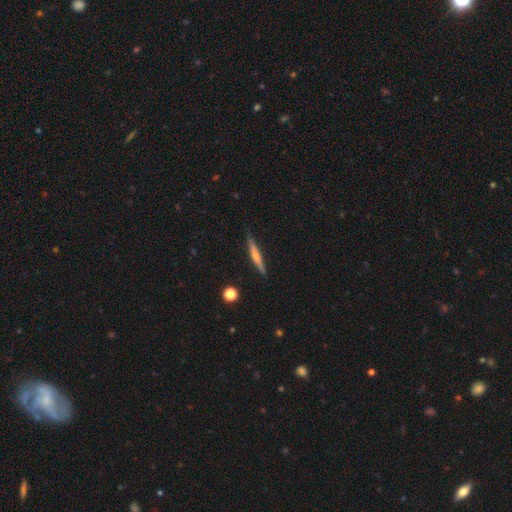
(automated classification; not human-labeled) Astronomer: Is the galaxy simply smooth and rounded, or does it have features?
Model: featured or disk — 51% (runner-up: smooth, 42%).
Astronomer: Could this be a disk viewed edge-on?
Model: yes — 97%.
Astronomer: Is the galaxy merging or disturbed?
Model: none — 86%.